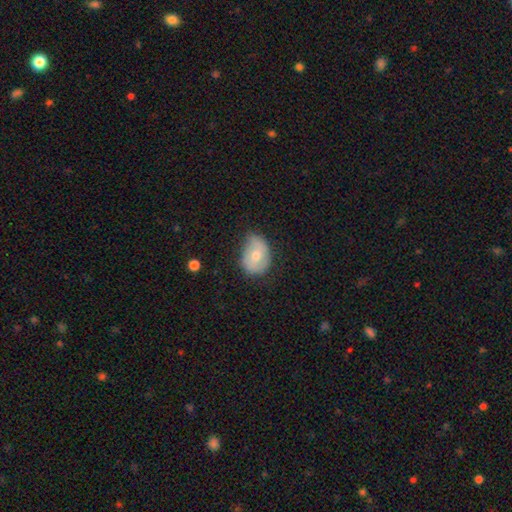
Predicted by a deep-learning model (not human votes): smooth-or-featured: smooth: 59% | featured or disk: 33% | star or artifact: 8%
  how-rounded: in between: 63% | round: 36% | cigar-shaped: 1%
  merging: none: 52% | minor disturbance: 38% | major disturbance: 9% | merger: 1%